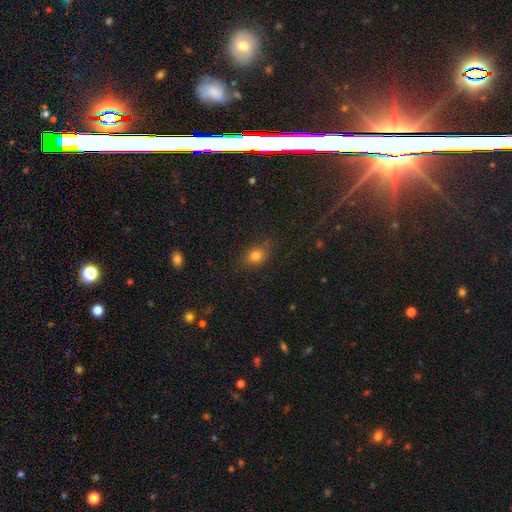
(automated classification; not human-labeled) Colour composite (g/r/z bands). It shows a smooth galaxy with no disk features (79%) that is in between round and cigar-shaped (55%). Merging: none (79%).